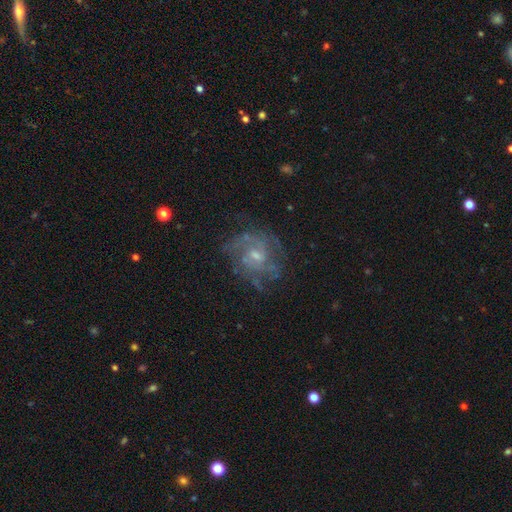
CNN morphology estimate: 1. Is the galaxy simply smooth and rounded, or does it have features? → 77% featured or disk, 14% smooth, 10% star or artifact.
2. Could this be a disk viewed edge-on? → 98% no, 2% yes.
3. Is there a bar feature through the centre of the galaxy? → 52% no, 42% weak, 6% strong.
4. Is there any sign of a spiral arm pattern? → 80% yes, 20% no.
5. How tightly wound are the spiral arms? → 43% medium, 39% tight, 17% loose.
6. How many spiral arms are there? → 46% can't tell, 17% 2, 17% 3, 11% 4, 5% more than 4, 5% 1.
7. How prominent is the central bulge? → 53% small, 38% moderate, 6% none, 2% large, 1% dominant.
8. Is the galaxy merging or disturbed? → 63% none, 19% minor disturbance, 16% major disturbance, 2% merger.